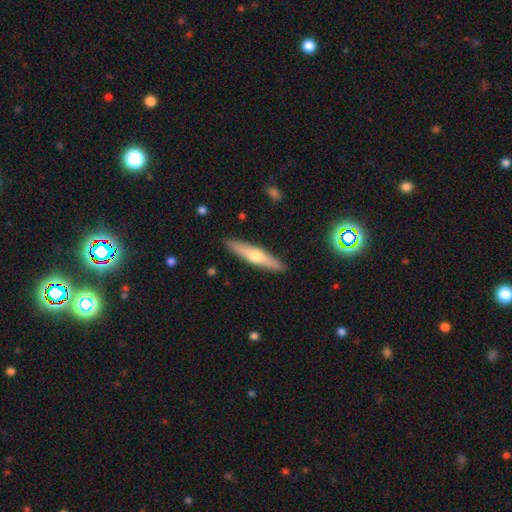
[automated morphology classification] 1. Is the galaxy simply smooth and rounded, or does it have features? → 50% featured or disk, 45% smooth, 6% star or artifact.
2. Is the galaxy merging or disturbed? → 91% none, 7% minor disturbance, 1% major disturbance, 1% merger.